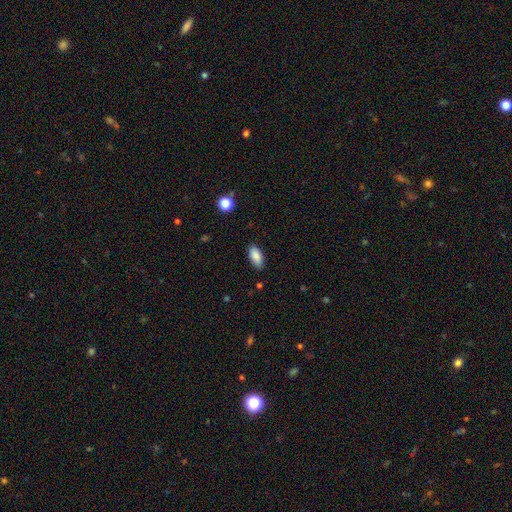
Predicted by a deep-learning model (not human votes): Smooth or featured? smooth (87%)
How rounded? in between (90%)
Merging? none (82%)